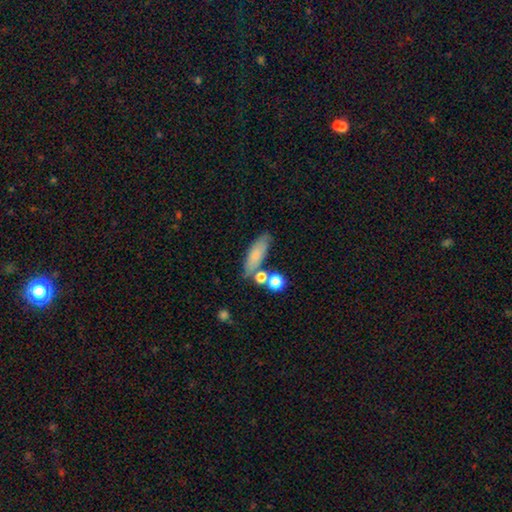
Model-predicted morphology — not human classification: smooth-or-featured: smooth: 77% | featured or disk: 14% | star or artifact: 9%
  how-rounded: in between: 60% | cigar-shaped: 35% | round: 5%
  merging: none: 64% | minor disturbance: 17% | merger: 14% | major disturbance: 6%